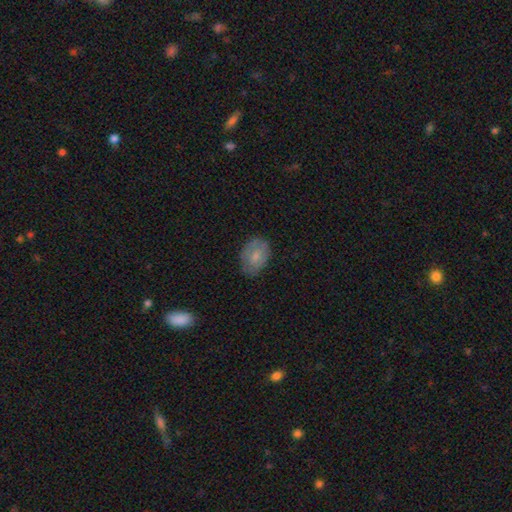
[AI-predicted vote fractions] The model was most divided on "smooth or featured": smooth: 71%, featured or disk: 22%, star or artifact: 7%. More confident: how rounded — in between (80%); merging — none (72%).